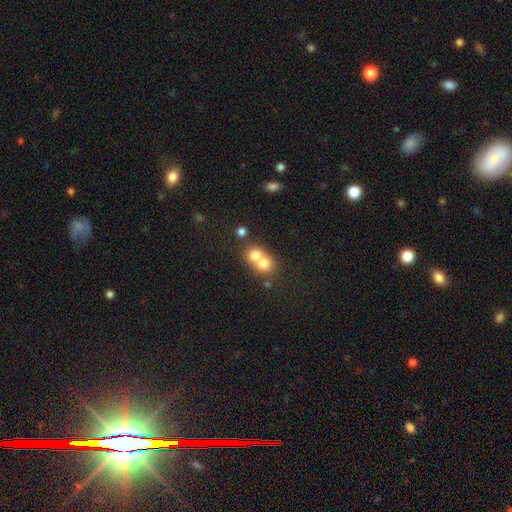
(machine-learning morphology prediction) A smooth galaxy with no disk features (72%) that is round (76%).

Vote fractions:
- Smooth or featured? smooth: 72% / featured or disk: 17% / star or artifact: 11%
- How rounded? round: 76% / in between: 23% / cigar-shaped: 1%
- Merging? merger: 68% / none: 25% / minor disturbance: 4% / major disturbance: 2%